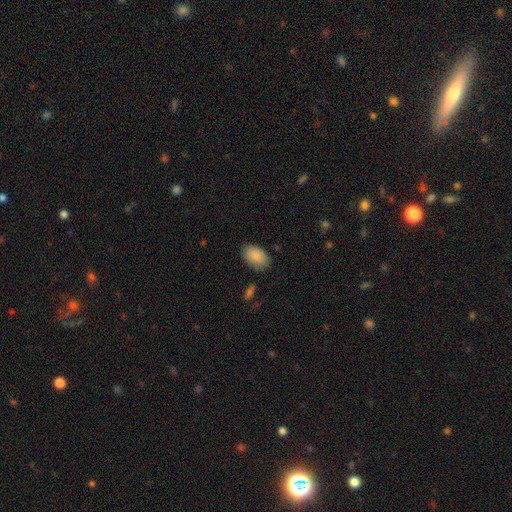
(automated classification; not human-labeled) A smooth galaxy with no disk features (89%) that is in between round and cigar-shaped (90%). Merging: none (79%).